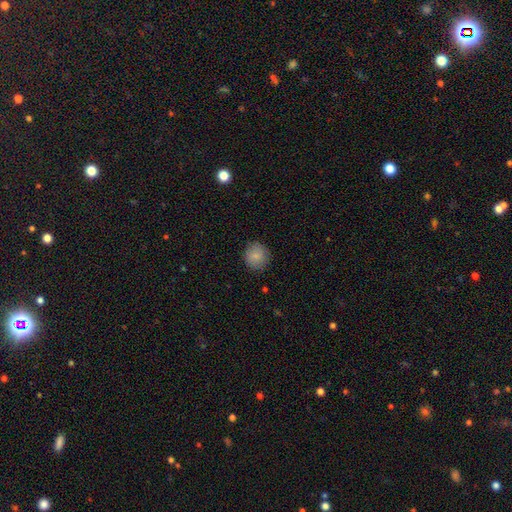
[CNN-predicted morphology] Smooth or featured: smooth — 85% (star or artifact — 9%)
How rounded: round — 90% (in between — 9%)
Merging: none — 87% (minor disturbance — 10%)